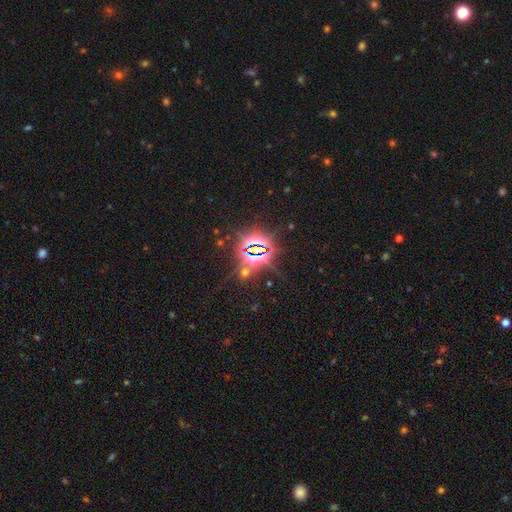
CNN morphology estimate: type=star or artifact (83%).